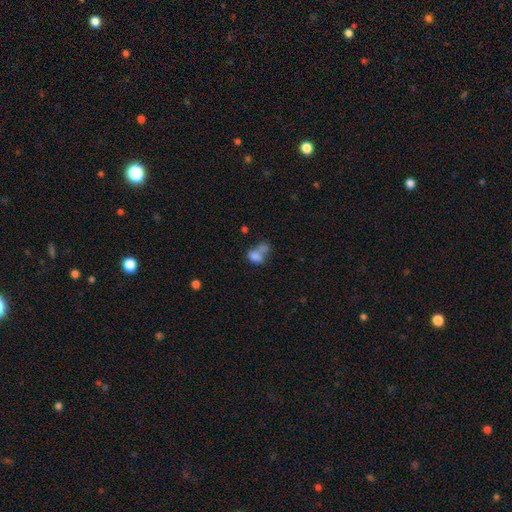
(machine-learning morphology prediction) smooth-or-featured: smooth: 77% | featured or disk: 12% | star or artifact: 11%
  how-rounded: in between: 74% | round: 25% | cigar-shaped: 2%
  merging: merger: 58% | none: 23% | minor disturbance: 11% | major disturbance: 9%